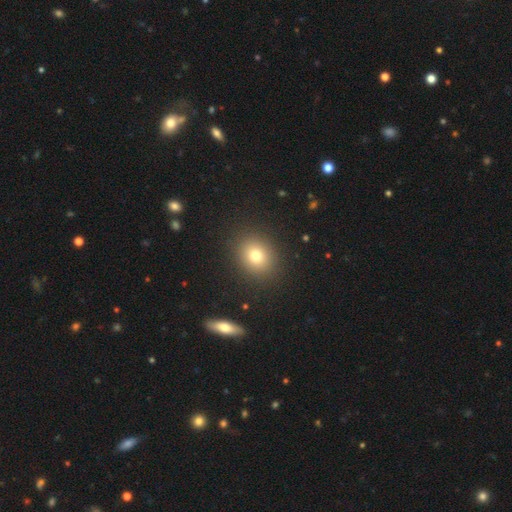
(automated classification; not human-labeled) This appears to be a smooth galaxy with no disk features (76%) that is round (68%). Merging: none (89%).